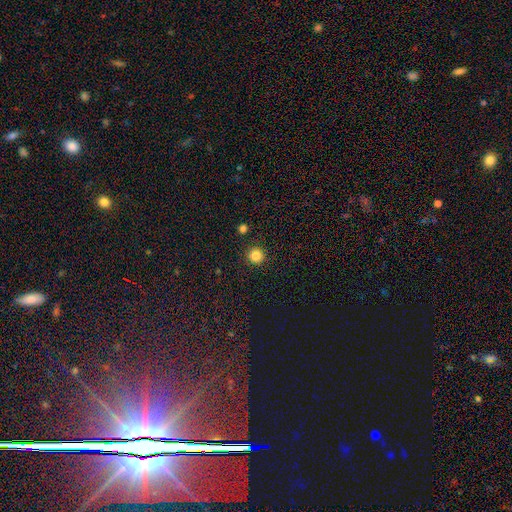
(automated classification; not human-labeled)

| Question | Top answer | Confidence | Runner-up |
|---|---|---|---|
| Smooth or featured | smooth | 84% | star or artifact (12%) |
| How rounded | round | 96% | in between (3%) |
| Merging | none | 92% | minor disturbance (5%) |